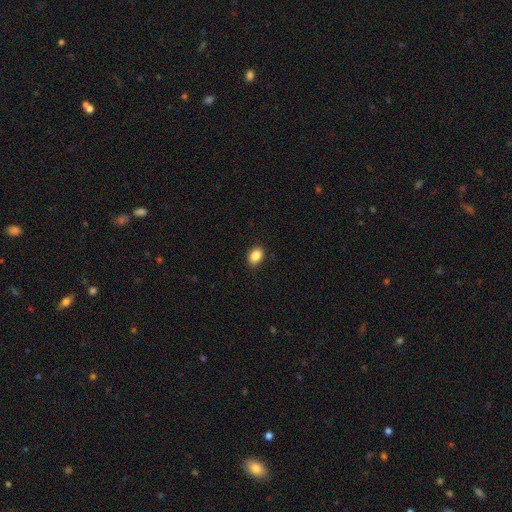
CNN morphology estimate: Q: Smooth or featured?
A: smooth (88%); runner-up: star or artifact (8%)
Q: How rounded?
A: in between (74%); runner-up: round (25%)
Q: Merging?
A: none (88%); runner-up: minor disturbance (9%)